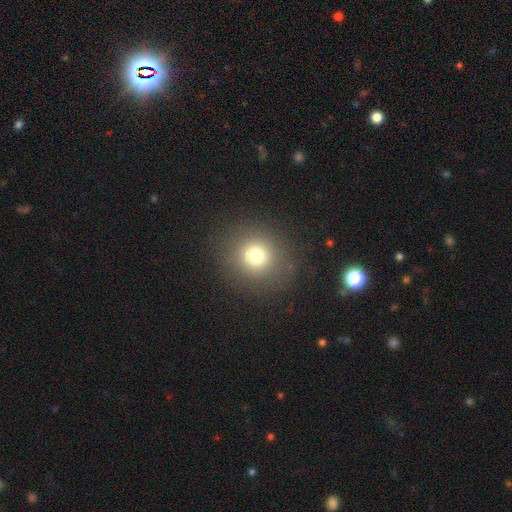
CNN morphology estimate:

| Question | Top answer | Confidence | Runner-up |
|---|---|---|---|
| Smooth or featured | smooth | 74% | star or artifact (16%) |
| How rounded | round | 91% | in between (8%) |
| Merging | none | 87% | minor disturbance (7%) |